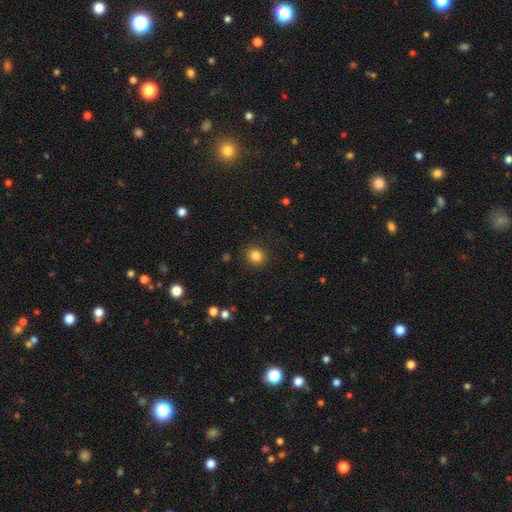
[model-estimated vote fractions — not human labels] A smooth galaxy with no disk features (84%) that is round (89%). Merging: none (90%).